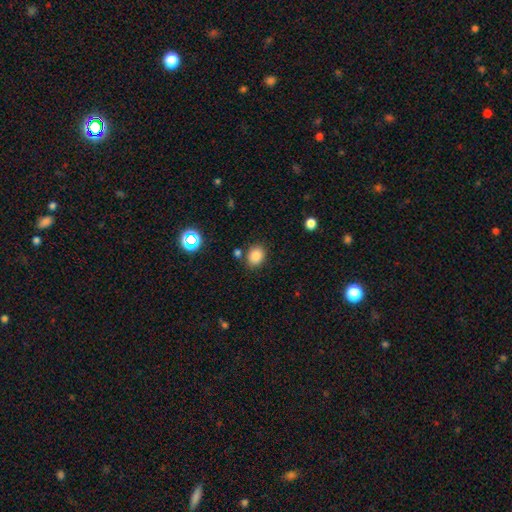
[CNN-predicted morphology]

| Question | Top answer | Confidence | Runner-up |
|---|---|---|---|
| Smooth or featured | smooth | 84% | star or artifact (11%) |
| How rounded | round | 50% | in between (49%) |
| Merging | none | 80% | minor disturbance (11%) |